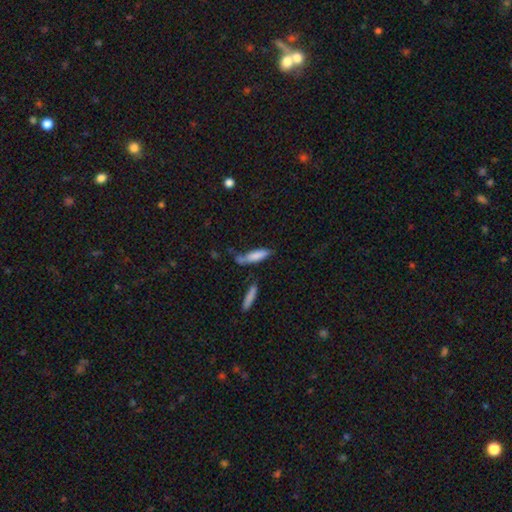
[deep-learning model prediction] Smooth or featured: smooth — 79% (featured or disk — 14%)
How rounded: cigar-shaped — 64% (in between — 34%)
Merging: none — 49% (minor disturbance — 23%)